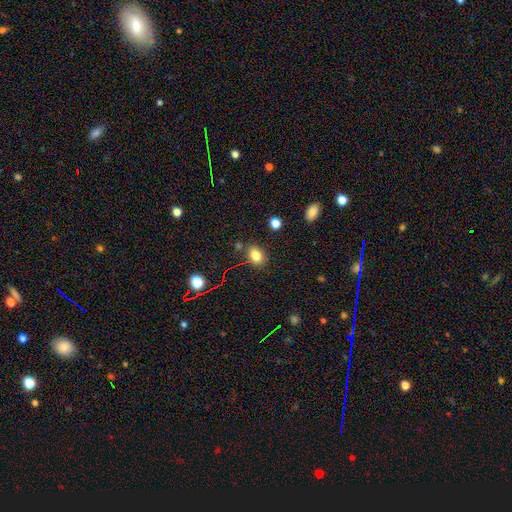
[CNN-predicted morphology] The model was most divided on "how rounded": in between: 71%, round: 28%, cigar-shaped: 1%. More confident: smooth or featured — smooth (81%); merging — none (79%).